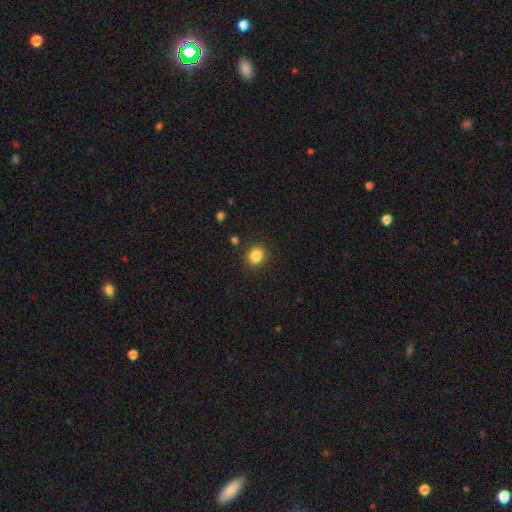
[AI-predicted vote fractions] smooth 84%, star or artifact 11%, featured or disk 5%. Down the decision tree: how rounded — round (83%); merging — none (89%).